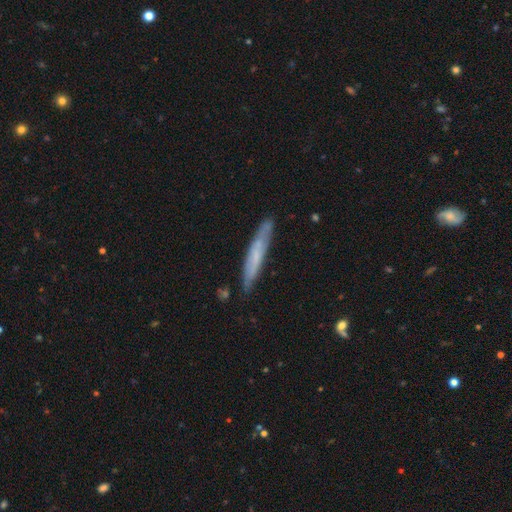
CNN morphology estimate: Smooth or featured?
  - smooth: 50% *
  - featured or disk: 43%
  - star or artifact: 7%
Merging?
  - none: 81% *
  - minor disturbance: 15%
  - major disturbance: 3%
  - merger: 2%